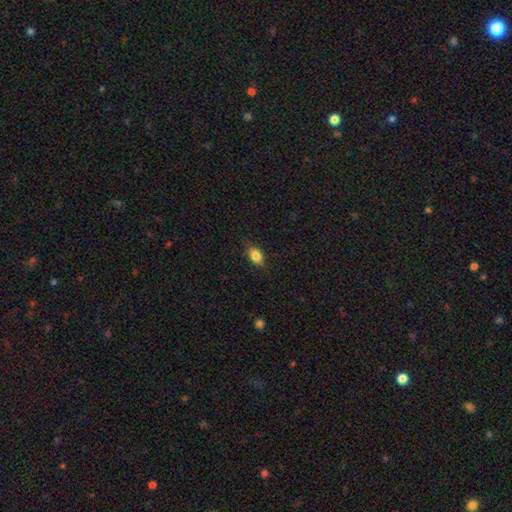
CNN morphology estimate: Q: Smooth or featured?
A: smooth (85%); runner-up: star or artifact (9%)
Q: How rounded?
A: in between (80%); runner-up: round (17%)
Q: Merging?
A: none (80%); runner-up: minor disturbance (16%)